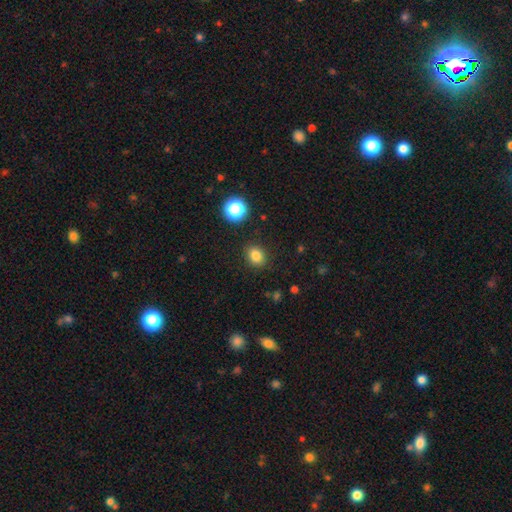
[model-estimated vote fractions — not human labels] Overall: smooth (82%). How rounded: round (51%; in between 48%). Merging: none (86%).